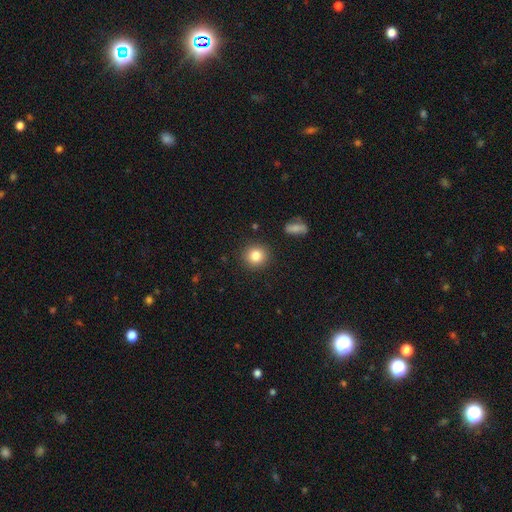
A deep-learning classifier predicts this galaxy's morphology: Smooth or featured?
  - smooth: 83% *
  - star or artifact: 10%
  - featured or disk: 7%
How rounded?
  - round: 89% *
  - in between: 10%
  - cigar-shaped: 1%
Merging?
  - none: 89% *
  - minor disturbance: 7%
  - major disturbance: 2%
  - merger: 2%